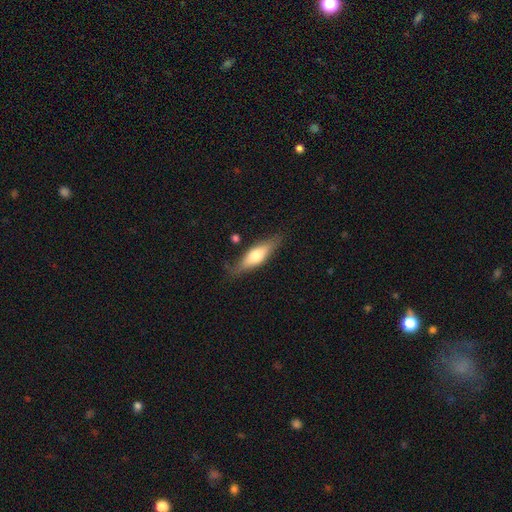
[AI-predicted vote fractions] Smooth or featured? Predicted: smooth (p=0.54). How rounded? Predicted: cigar-shaped (p=0.49). Merging? Predicted: none (p=0.74).